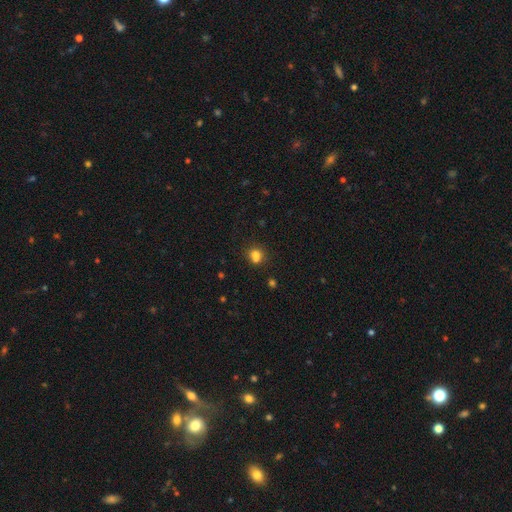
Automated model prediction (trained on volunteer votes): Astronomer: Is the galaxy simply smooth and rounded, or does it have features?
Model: smooth — 75%.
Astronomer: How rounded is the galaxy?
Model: round — 75%.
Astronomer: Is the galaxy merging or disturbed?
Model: none — 48% (runner-up: merger, 36%).